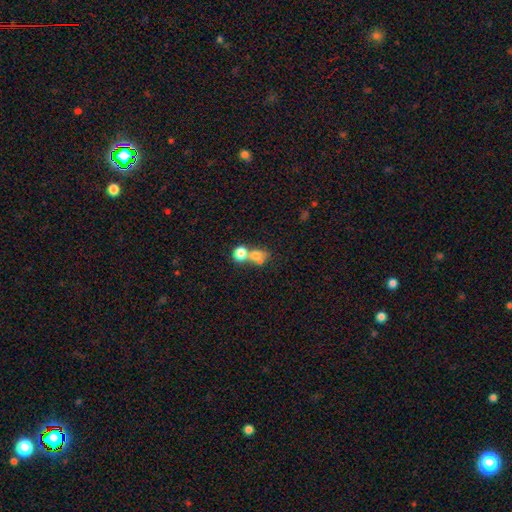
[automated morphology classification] type=smooth (70%); roundness=round (69%); merging=merger (58%).